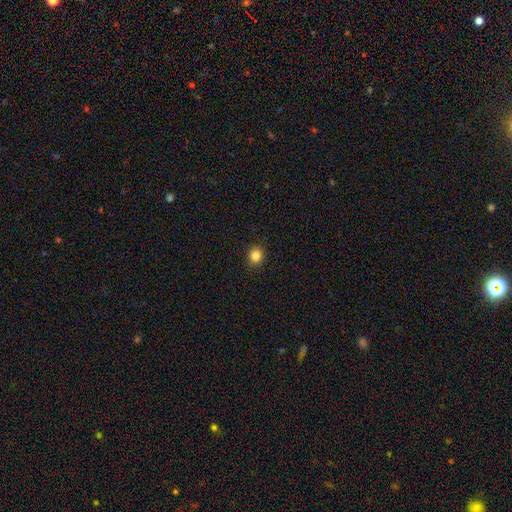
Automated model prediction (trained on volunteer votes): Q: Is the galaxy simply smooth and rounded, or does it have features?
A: smooth — 84%.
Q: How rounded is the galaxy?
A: round — 77%.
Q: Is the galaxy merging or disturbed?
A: none — 92%.